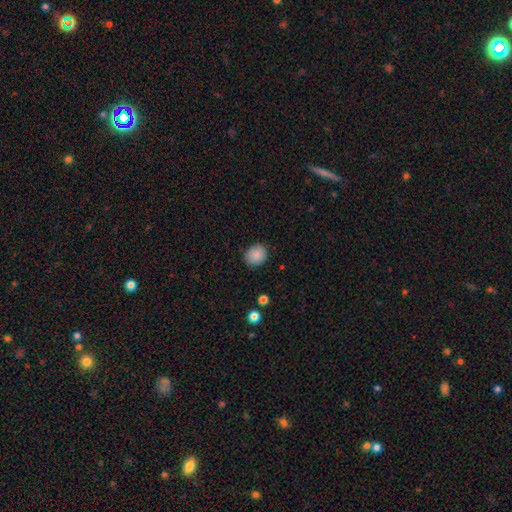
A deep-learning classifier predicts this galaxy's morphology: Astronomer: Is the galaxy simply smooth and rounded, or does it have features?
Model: smooth — 87%.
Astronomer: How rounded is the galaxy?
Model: round — 76%.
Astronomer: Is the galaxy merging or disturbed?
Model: none — 86%.